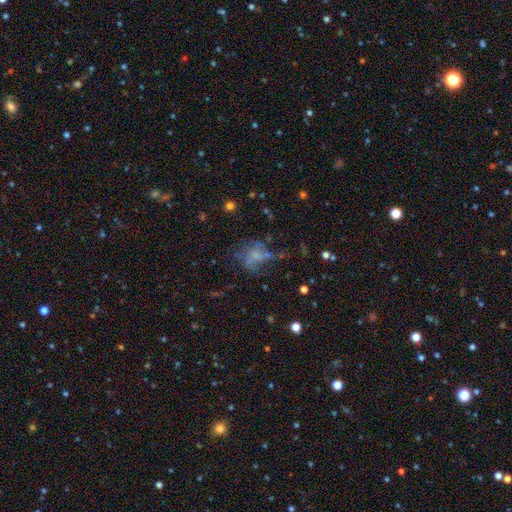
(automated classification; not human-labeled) A featured or disk galaxy (41%). Merging: major disturbance (37%).